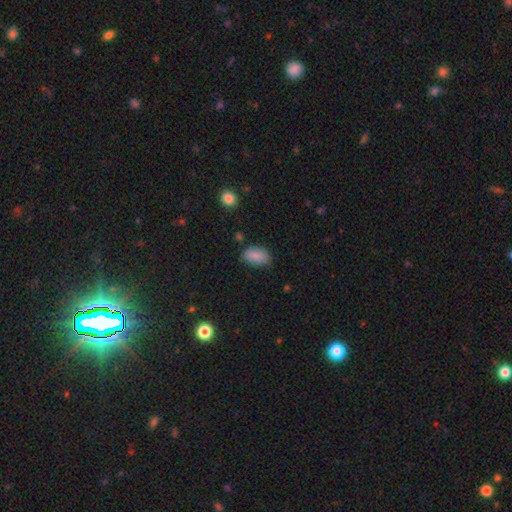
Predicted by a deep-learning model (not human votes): smooth_or_featured: smooth (p=0.87) [alt: star or artifact p=0.08]
how_rounded: in between (p=0.92) [alt: round p=0.06]
merging: none (p=0.76) [alt: minor disturbance p=0.19]